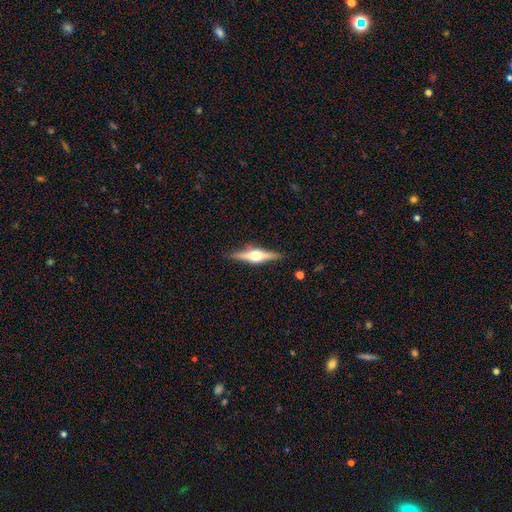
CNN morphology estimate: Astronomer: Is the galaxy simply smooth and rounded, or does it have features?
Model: featured or disk — 75%.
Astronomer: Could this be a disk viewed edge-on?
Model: yes — 97%.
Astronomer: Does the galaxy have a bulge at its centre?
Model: rounded — 93%.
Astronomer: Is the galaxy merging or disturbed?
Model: none — 88%.